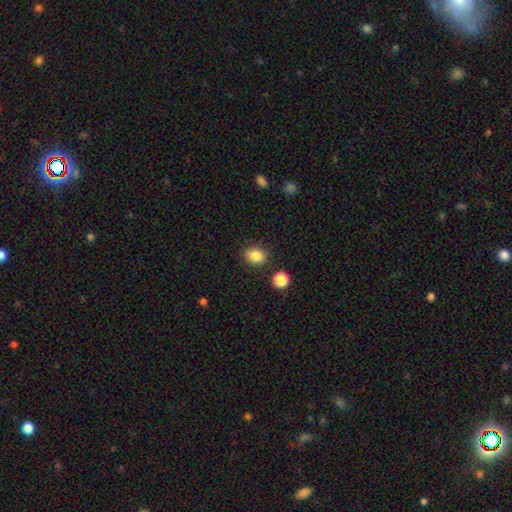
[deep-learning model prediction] Smooth or featured?
  - smooth: 85% *
  - star or artifact: 10%
  - featured or disk: 5%
How rounded?
  - round: 50% *
  - in between: 49%
  - cigar-shaped: 1%
Merging?
  - none: 84% *
  - minor disturbance: 10%
  - merger: 4%
  - major disturbance: 3%